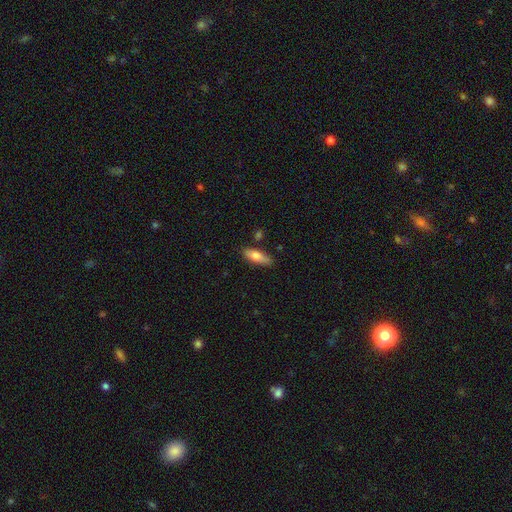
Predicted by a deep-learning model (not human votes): Smooth or featured? Predicted: smooth (p=0.73). How rounded? Predicted: in between (p=0.60). Merging? Predicted: none (p=0.78).